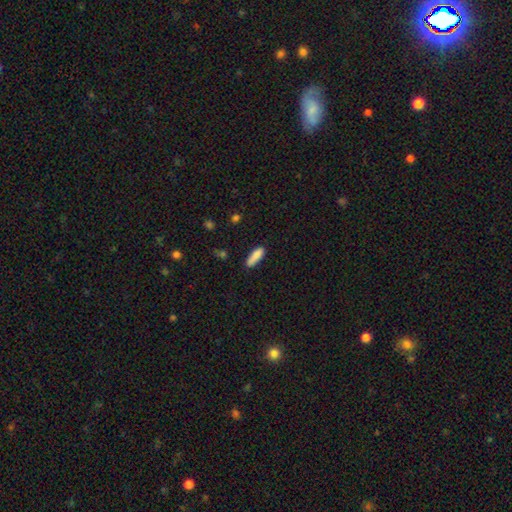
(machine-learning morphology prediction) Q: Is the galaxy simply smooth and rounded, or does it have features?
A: smooth — 85%.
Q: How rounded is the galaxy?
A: cigar-shaped — 53%.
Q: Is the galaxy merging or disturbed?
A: none — 73%.